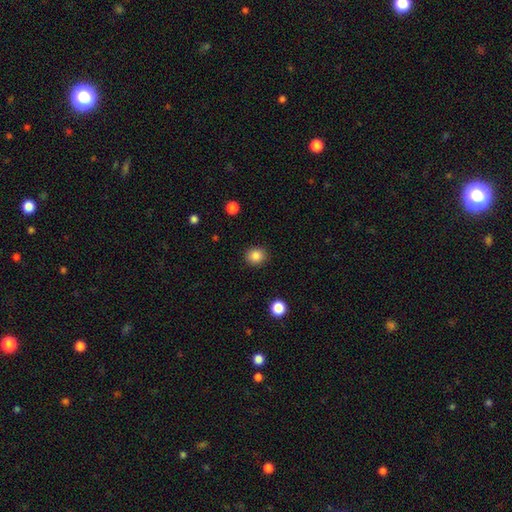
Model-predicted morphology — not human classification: A smooth galaxy with no disk features (85%) that is round (77%).

Vote fractions:
- Smooth or featured? smooth: 85% / star or artifact: 11% / featured or disk: 4%
- How rounded? round: 77% / in between: 22% / cigar-shaped: 1%
- Merging? none: 90% / minor disturbance: 7% / major disturbance: 2% / merger: 1%